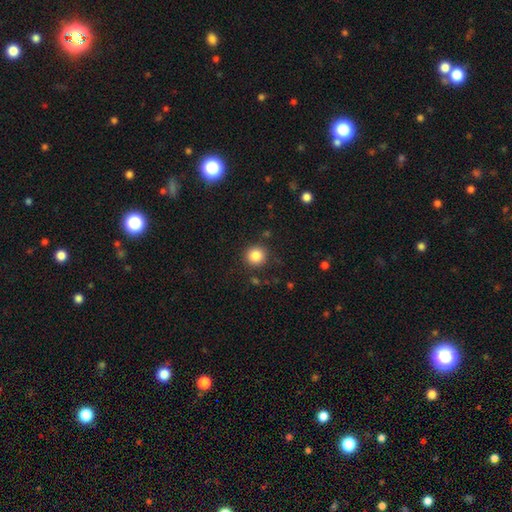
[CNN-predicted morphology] type=smooth (85%); roundness=round (94%); merging=none (89%).